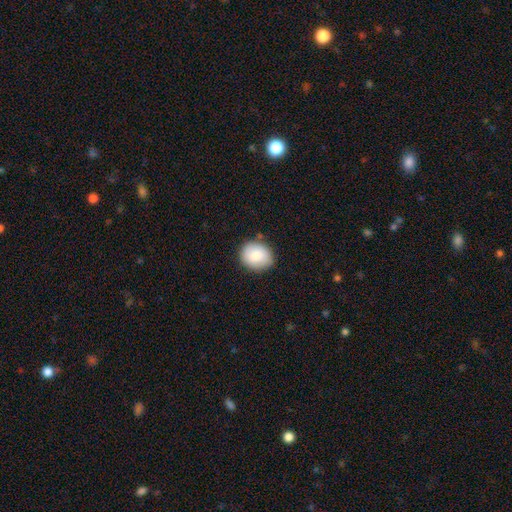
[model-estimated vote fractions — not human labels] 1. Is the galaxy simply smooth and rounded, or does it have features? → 84% smooth, 9% featured or disk, 7% star or artifact.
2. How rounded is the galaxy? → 64% round, 36% in between, 1% cigar-shaped.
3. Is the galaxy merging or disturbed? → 84% none, 12% minor disturbance, 2% major disturbance, 2% merger.